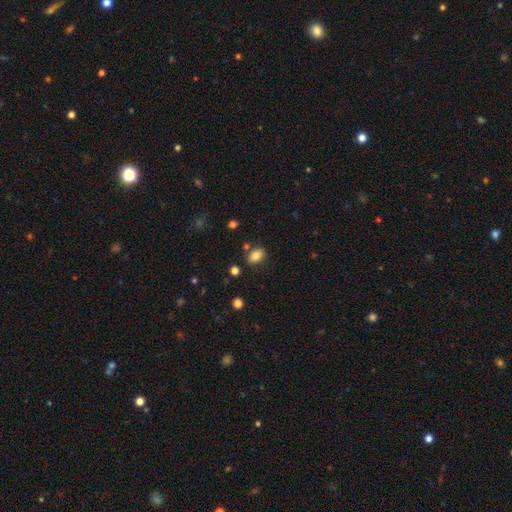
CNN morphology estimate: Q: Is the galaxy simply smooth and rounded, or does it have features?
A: smooth — 82%.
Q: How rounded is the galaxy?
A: in between — 81%.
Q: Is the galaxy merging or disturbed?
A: none — 80%.